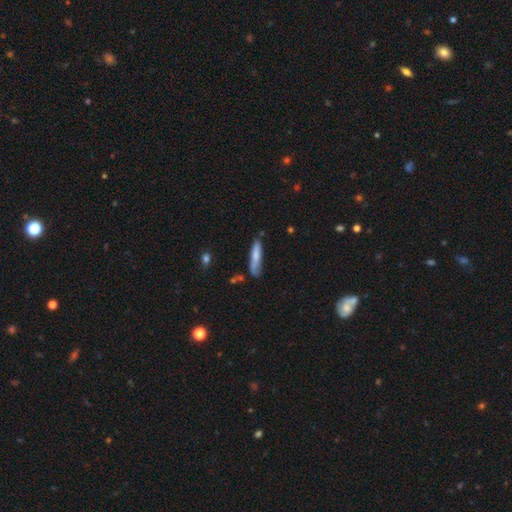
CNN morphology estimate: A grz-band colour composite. It shows a smooth galaxy with no disk features (74%) that is cigar-shaped (83%). Merging: none (62%).